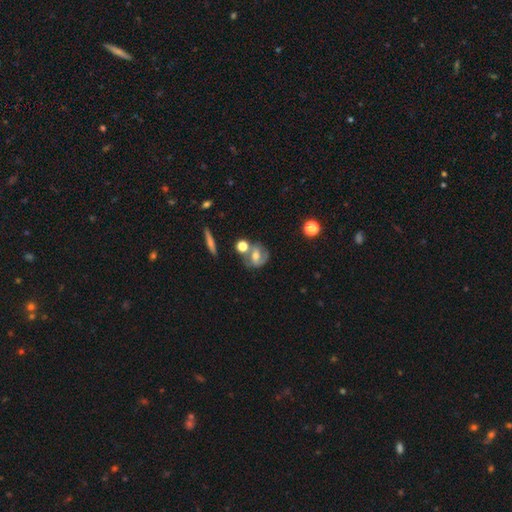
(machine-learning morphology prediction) Smooth or featured? Predicted: featured or disk (p=0.60). Edge-on disk? Predicted: no (p=0.93). Bar? Predicted: weak (p=0.40). Spiral arms? Predicted: yes (p=0.77). Bulge size? Predicted: moderate (p=0.65). Merging? Predicted: none (p=0.58).